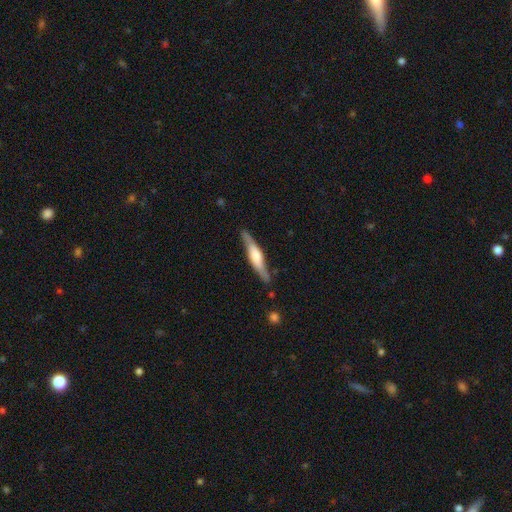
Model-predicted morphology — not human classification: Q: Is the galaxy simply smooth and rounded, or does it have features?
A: featured or disk — 62%.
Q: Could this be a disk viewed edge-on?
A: yes — 90%.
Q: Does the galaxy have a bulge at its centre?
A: rounded — 59%.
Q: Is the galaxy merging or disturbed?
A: none — 82%.